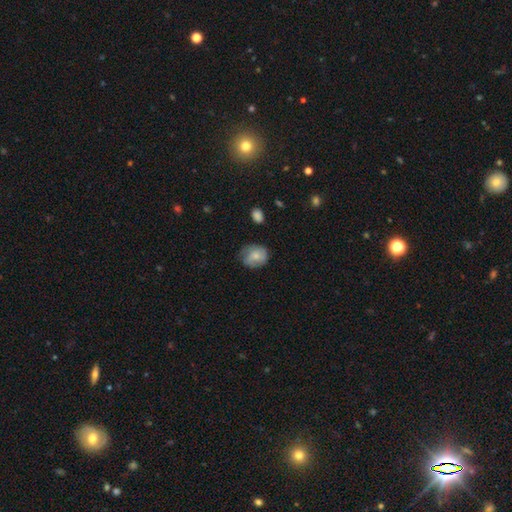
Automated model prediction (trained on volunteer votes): Q: Smooth or featured?
A: smooth (64%); runner-up: featured or disk (29%)
Q: How rounded?
A: round (67%); runner-up: in between (33%)
Q: Merging?
A: none (58%); runner-up: minor disturbance (31%)